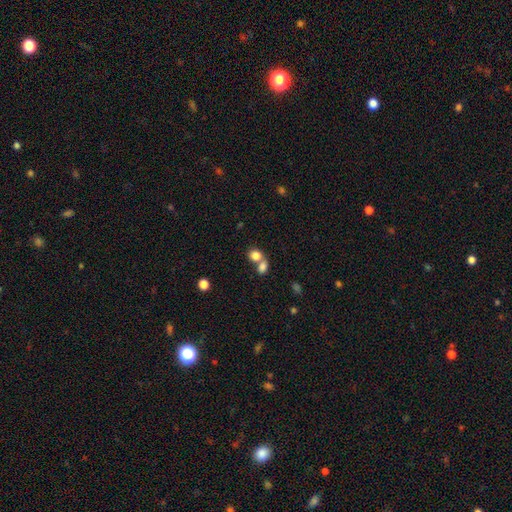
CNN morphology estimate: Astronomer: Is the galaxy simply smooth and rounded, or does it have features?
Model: smooth — 81%.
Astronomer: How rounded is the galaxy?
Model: round — 61% (runner-up: in between, 37%).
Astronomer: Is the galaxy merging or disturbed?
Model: merger — 55% (runner-up: none, 35%).